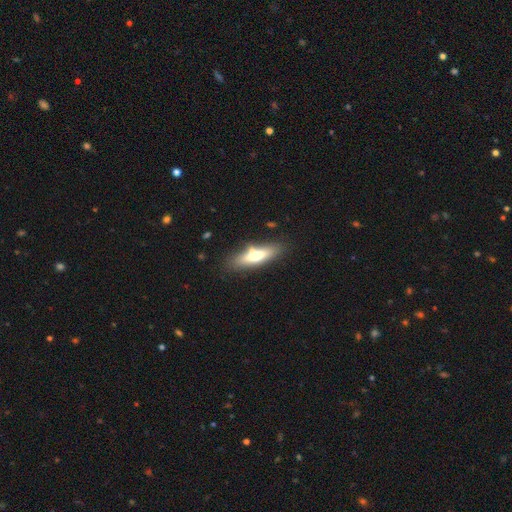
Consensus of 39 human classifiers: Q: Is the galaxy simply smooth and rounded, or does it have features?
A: smooth — 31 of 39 (79%).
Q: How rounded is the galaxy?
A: in between — 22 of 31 (71%).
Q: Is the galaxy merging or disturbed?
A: none — 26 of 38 (68%).